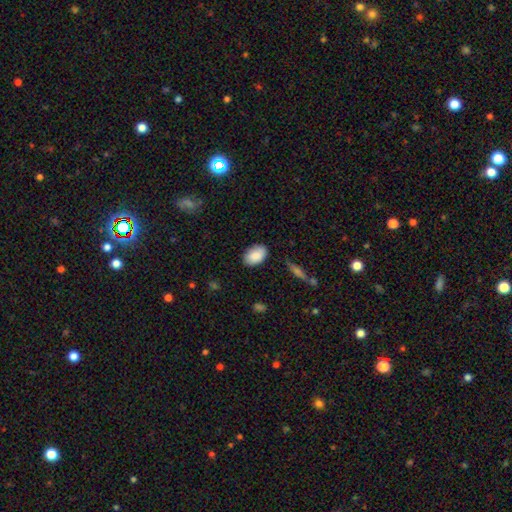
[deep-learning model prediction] This appears to be a smooth galaxy with no disk features (88%) that is in between round and cigar-shaped (90%). Merging: none (84%).